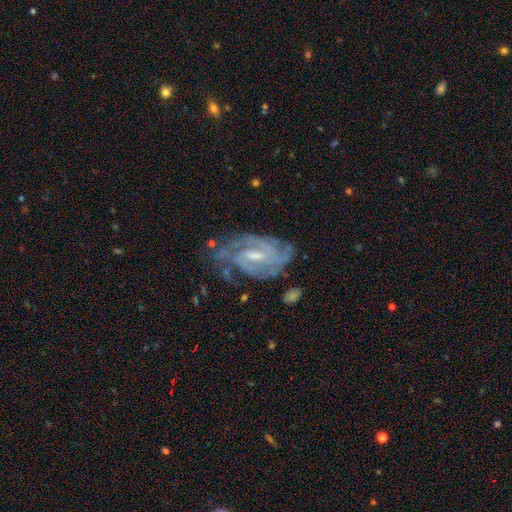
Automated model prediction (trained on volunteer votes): Morphology: type=featured or disk (85%); edge-on=no (96%); bar=weak (55%); spiral arms=yes (95%); winding=tight (56%); arm count=can't tell (29%); bulge=small (46%); merging=none (62%).